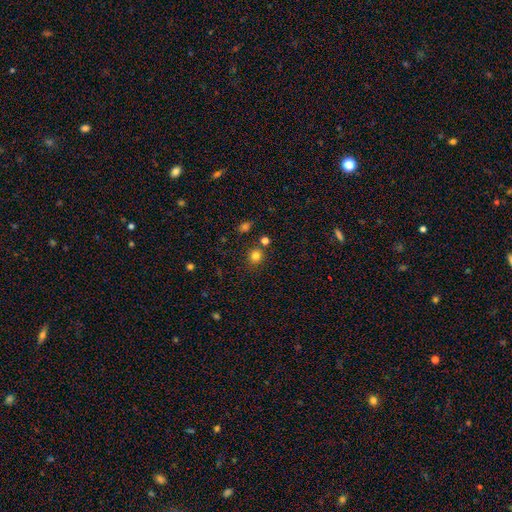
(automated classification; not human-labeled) A smooth galaxy with no disk features (79%) that is round (85%). Merging: none (82%).